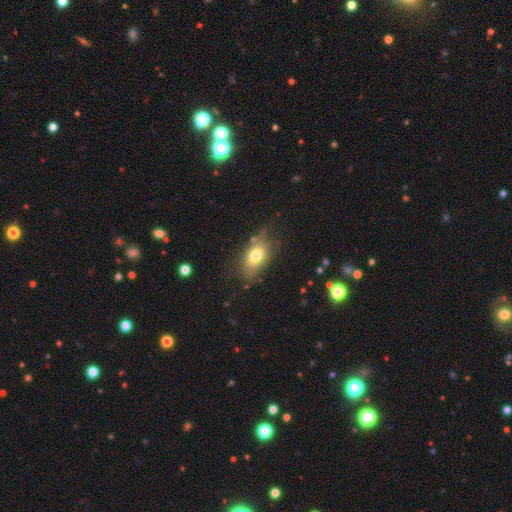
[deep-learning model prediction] Overall: smooth (72%). How rounded: in between (86%). Merging: none (66%).